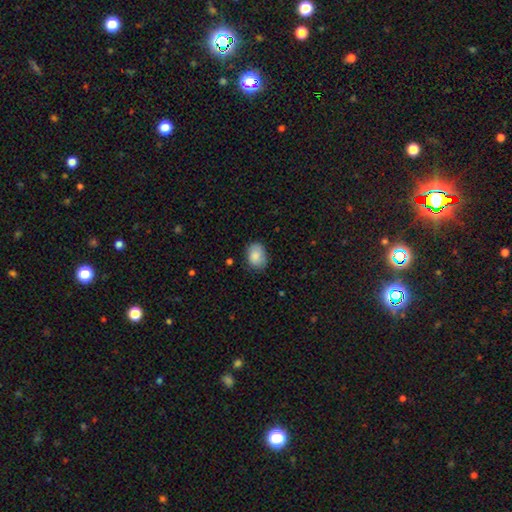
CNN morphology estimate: Smooth or featured: smooth — 87% (star or artifact — 7%)
How rounded: in between — 72% (round — 27%)
Merging: none — 76% (minor disturbance — 19%)